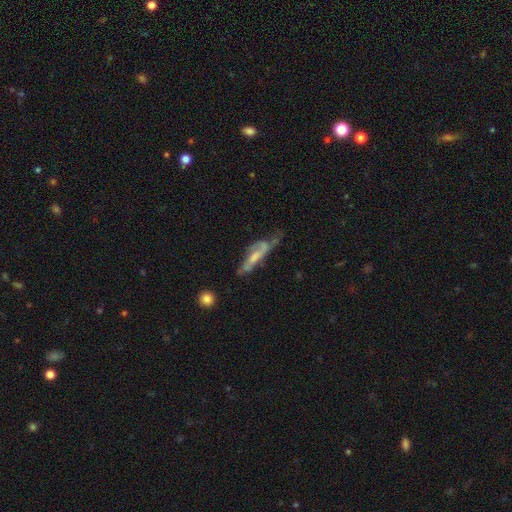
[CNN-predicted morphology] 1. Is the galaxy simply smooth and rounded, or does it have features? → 64% featured or disk, 29% smooth, 7% star or artifact.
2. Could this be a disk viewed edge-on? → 68% no, 32% yes.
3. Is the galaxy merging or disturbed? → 36% none, 30% minor disturbance, 27% major disturbance, 6% merger.